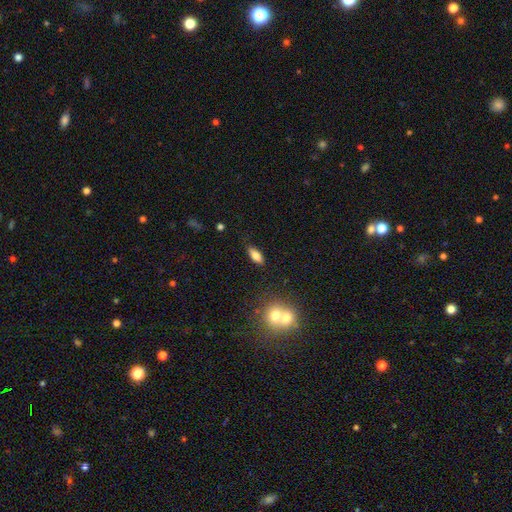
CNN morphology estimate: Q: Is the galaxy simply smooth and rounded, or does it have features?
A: smooth — 76%.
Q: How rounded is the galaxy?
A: in between — 77%.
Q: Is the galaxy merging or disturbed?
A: none — 83%.